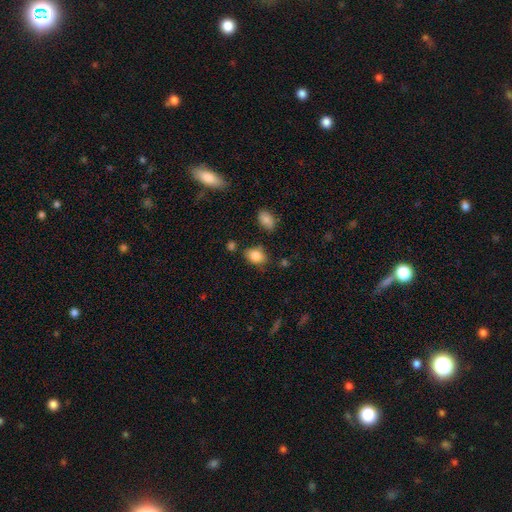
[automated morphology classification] Smooth or featured?
  - smooth: 84% *
  - star or artifact: 9%
  - featured or disk: 7%
How rounded?
  - in between: 76% *
  - round: 22%
  - cigar-shaped: 1%
Merging?
  - none: 71% *
  - minor disturbance: 19%
  - merger: 5%
  - major disturbance: 4%